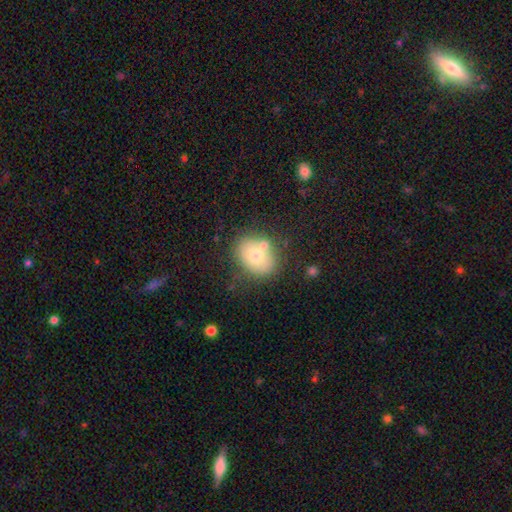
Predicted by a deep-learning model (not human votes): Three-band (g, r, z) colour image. It shows a smooth galaxy with no disk features (67%) that is in between round and cigar-shaped (51%). Merging: none (63%).